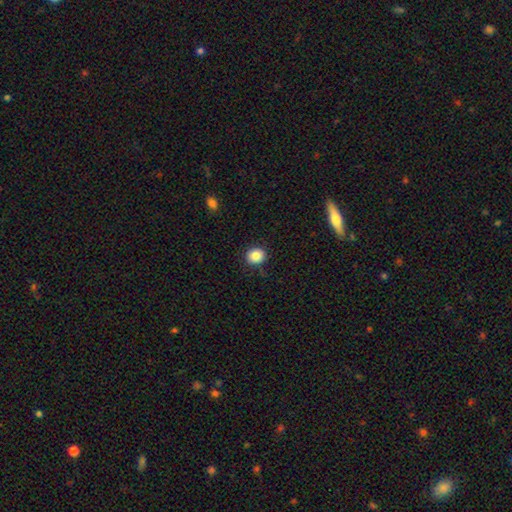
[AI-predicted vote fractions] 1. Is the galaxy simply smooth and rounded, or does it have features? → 85% smooth, 10% star or artifact, 5% featured or disk.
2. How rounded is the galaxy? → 81% round, 18% in between, 1% cigar-shaped.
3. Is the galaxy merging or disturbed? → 88% none, 9% minor disturbance, 2% major disturbance, 1% merger.